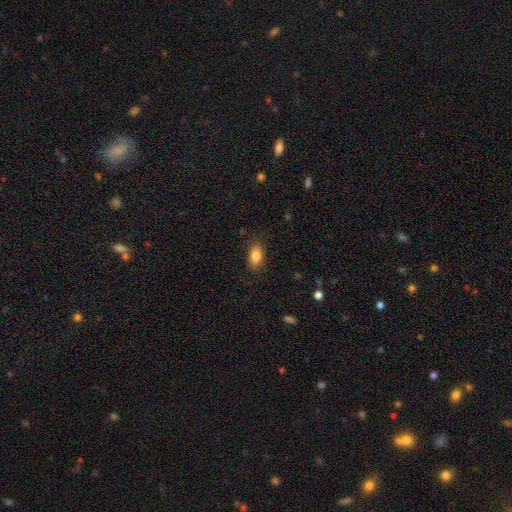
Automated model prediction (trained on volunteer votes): smooth_or_featured: smooth (p=0.86) [alt: star or artifact p=0.08]
how_rounded: in between (p=0.90) [alt: round p=0.06]
merging: none (p=0.84) [alt: minor disturbance p=0.12]